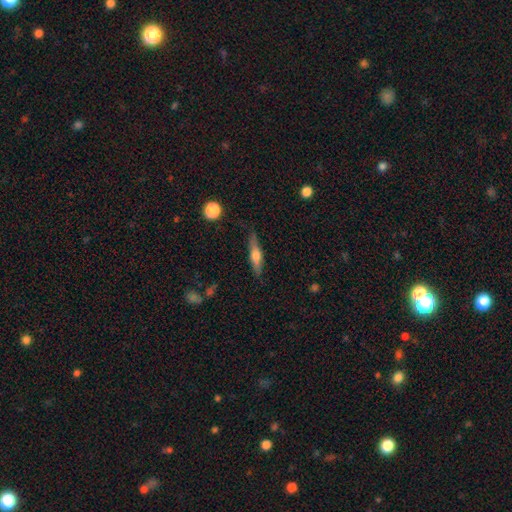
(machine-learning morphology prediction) A featured or disk galaxy (47%).

Vote fractions:
- Smooth or featured? featured or disk: 47% / smooth: 46% / star or artifact: 7%
- Merging? none: 82% / minor disturbance: 14% / major disturbance: 3% / merger: 2%